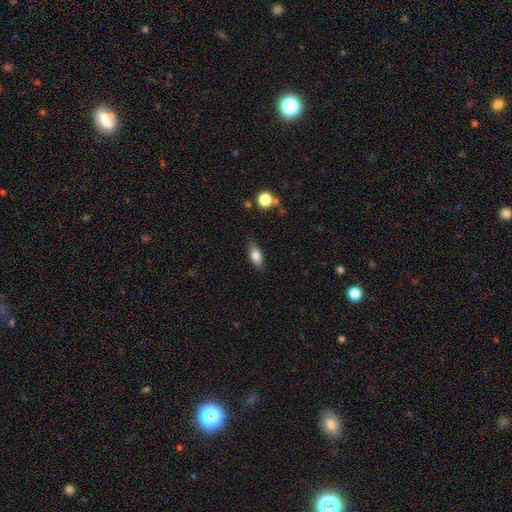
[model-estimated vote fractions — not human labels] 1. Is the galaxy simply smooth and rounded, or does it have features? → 78% smooth, 14% featured or disk, 8% star or artifact.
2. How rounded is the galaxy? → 80% in between, 15% cigar-shaped, 4% round.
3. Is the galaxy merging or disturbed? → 82% none, 14% minor disturbance, 3% major disturbance, 2% merger.